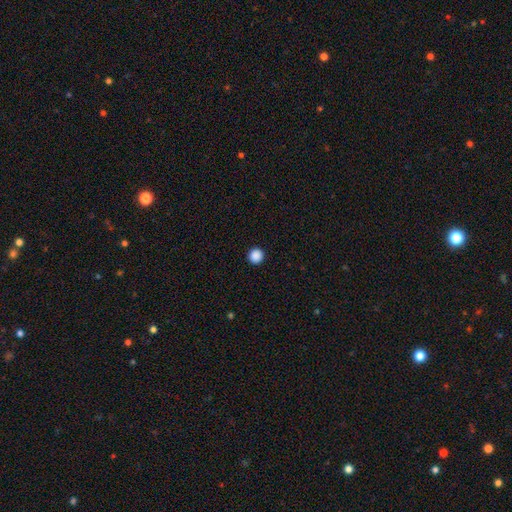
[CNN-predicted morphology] smooth 89%, star or artifact 9%, featured or disk 2%. Down the decision tree: how rounded — round (95%); merging — none (94%).